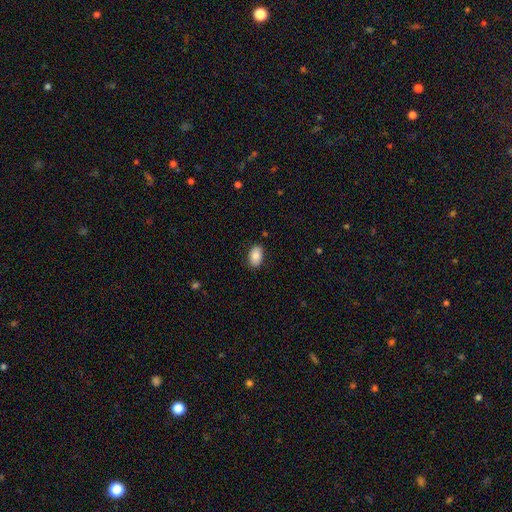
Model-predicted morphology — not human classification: This is clearly a smooth galaxy (85%). How rounded: clearly in between (91%). Merging: clearly none (87%).